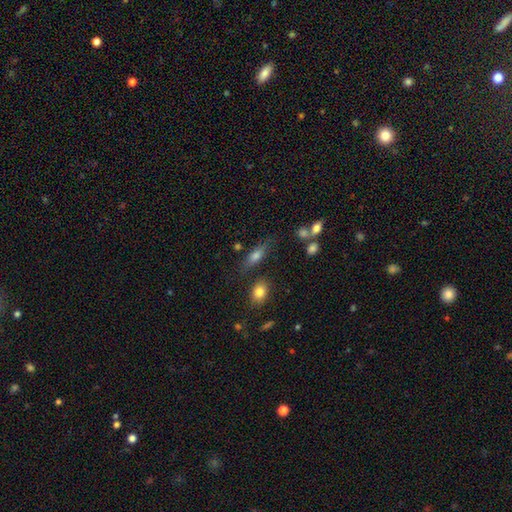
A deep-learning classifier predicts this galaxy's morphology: Smooth or featured? smooth (69%)
How rounded? in between (62%)
Merging? none (71%)